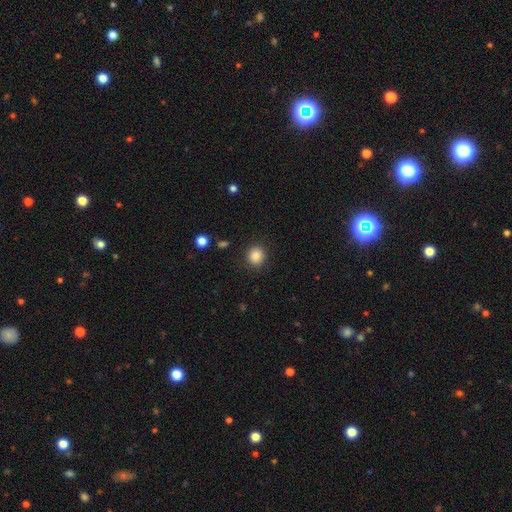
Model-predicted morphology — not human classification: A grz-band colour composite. It shows a smooth galaxy with no disk features (86%) that is round (84%). Merging: none (89%).